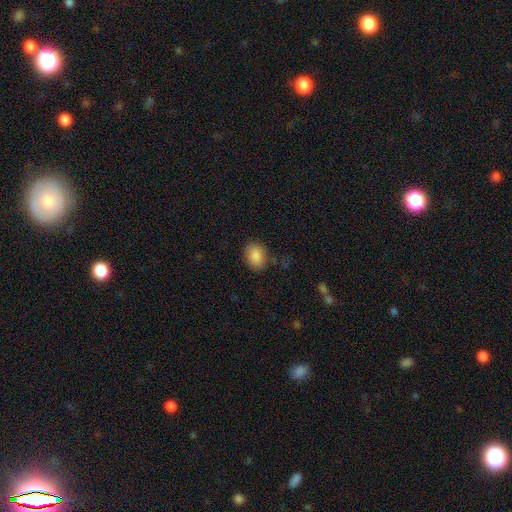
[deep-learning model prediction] This is clearly a smooth galaxy (87%). How rounded: likely in between (68%). Merging: clearly none (81%).